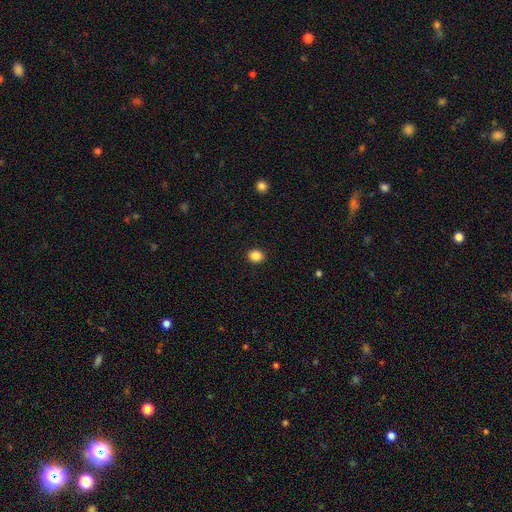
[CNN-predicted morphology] smooth_or_featured: smooth (p=0.87) [alt: star or artifact p=0.10]
how_rounded: round (p=0.76) [alt: in between p=0.23]
merging: none (p=0.92) [alt: minor disturbance p=0.05]